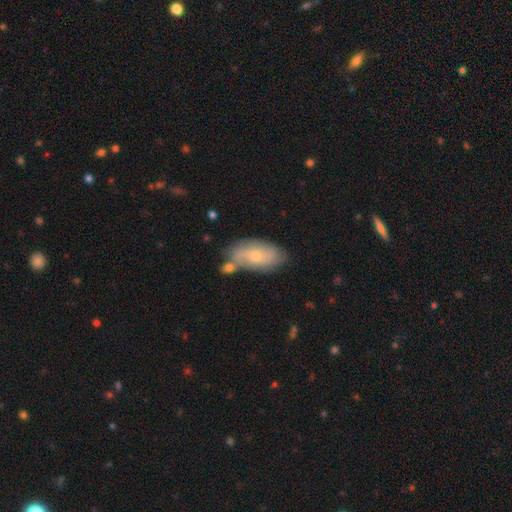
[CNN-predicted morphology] Q: Smooth or featured?
A: featured or disk (48%); runner-up: smooth (45%)
Q: Merging?
A: none (57%); runner-up: minor disturbance (22%)